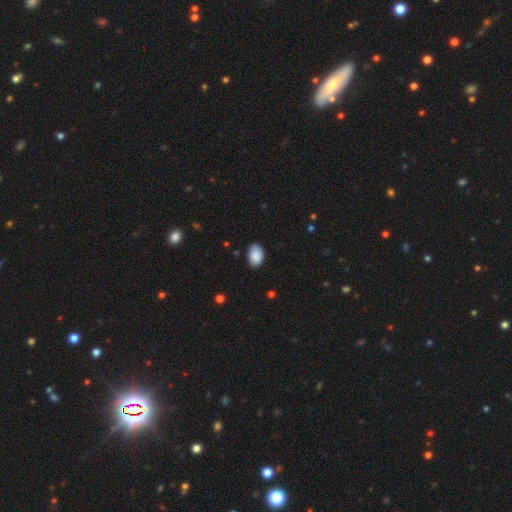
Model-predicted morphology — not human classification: smooth-or-featured: smooth: 89% | star or artifact: 7% | featured or disk: 4%
  how-rounded: in between: 86% | round: 13% | cigar-shaped: 1%
  merging: none: 80% | minor disturbance: 16% | major disturbance: 2% | merger: 1%